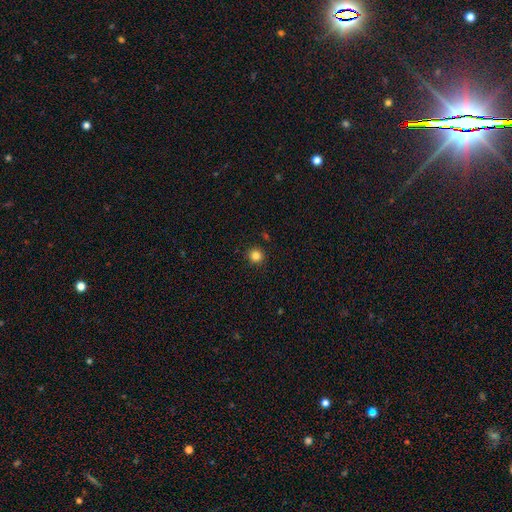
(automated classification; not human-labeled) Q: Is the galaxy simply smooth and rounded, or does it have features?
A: smooth — 83%.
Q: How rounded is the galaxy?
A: round — 93%.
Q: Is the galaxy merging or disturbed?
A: none — 92%.